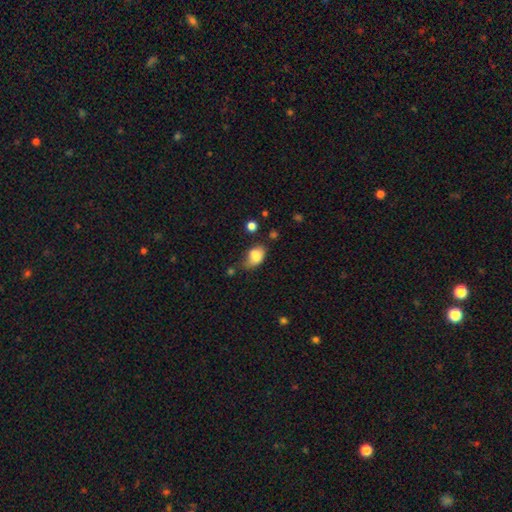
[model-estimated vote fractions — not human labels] This appears to be a smooth galaxy with no disk features (79%) that is in between round and cigar-shaped (83%). Merging: none (41%).